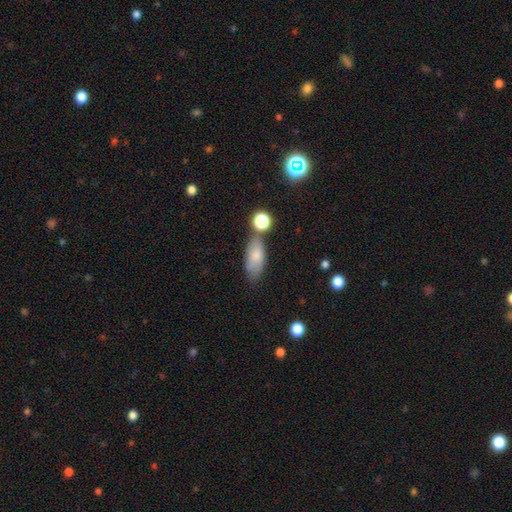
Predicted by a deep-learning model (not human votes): Smooth or featured: smooth — 77% (featured or disk — 14%)
How rounded: in between — 84% (cigar-shaped — 12%)
Merging: none — 60% (minor disturbance — 20%)